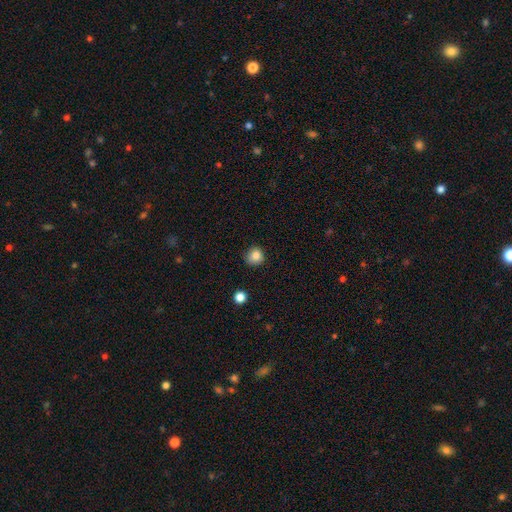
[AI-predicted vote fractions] This is clearly a smooth galaxy (83%). How rounded: clearly round (88%). Merging: likely none (80%).